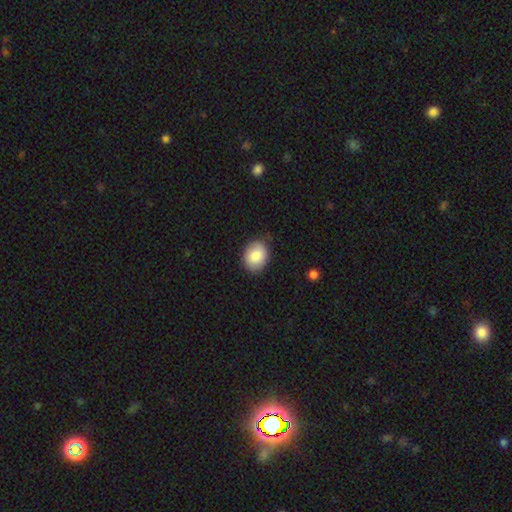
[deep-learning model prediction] A smooth galaxy with no disk features (86%) that is in between round and cigar-shaped (63%).

Vote fractions:
- Smooth or featured? smooth: 86% / featured or disk: 7% / star or artifact: 7%
- How rounded? in between: 63% / round: 36% / cigar-shaped: 1%
- Merging? none: 80% / minor disturbance: 16% / major disturbance: 3% / merger: 1%